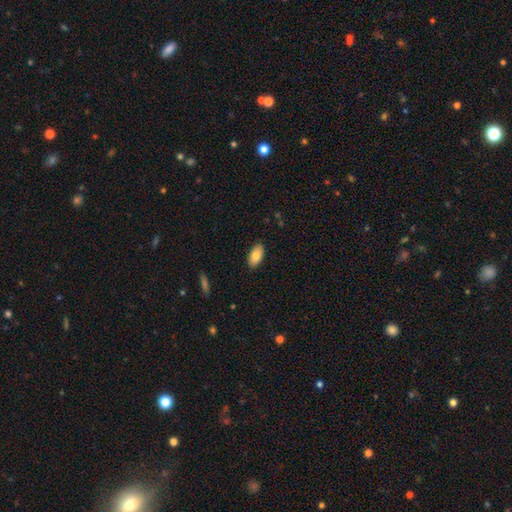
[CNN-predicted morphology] Overall: smooth (82%). How rounded: in between (94%). Merging: none (88%).